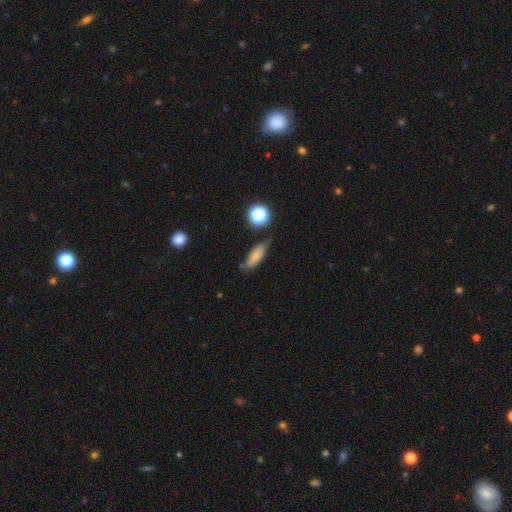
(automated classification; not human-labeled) Q: Smooth or featured?
A: smooth (75%); runner-up: featured or disk (14%)
Q: How rounded?
A: in between (57%); runner-up: cigar-shaped (38%)
Q: Merging?
A: none (66%); runner-up: minor disturbance (23%)